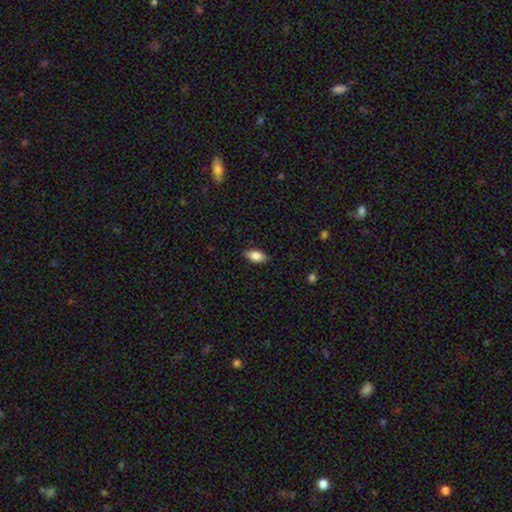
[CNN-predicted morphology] Smooth or featured?
  - smooth: 85% *
  - featured or disk: 8%
  - star or artifact: 7%
How rounded?
  - in between: 91% *
  - cigar-shaped: 6%
  - round: 4%
Merging?
  - none: 86% *
  - minor disturbance: 11%
  - major disturbance: 2%
  - merger: 1%